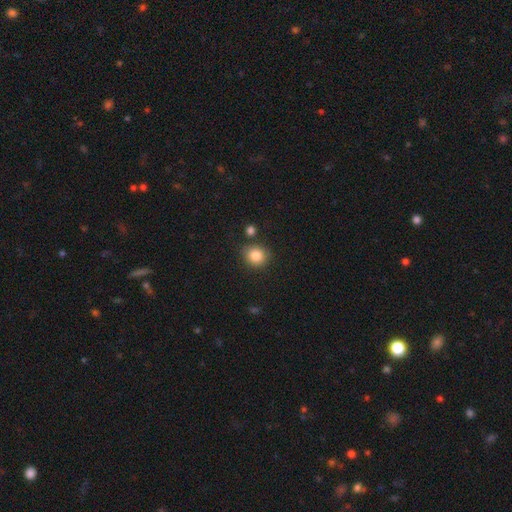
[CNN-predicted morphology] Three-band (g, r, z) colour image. It shows a smooth galaxy with no disk features (84%) that is round (84%). Merging: none (80%).